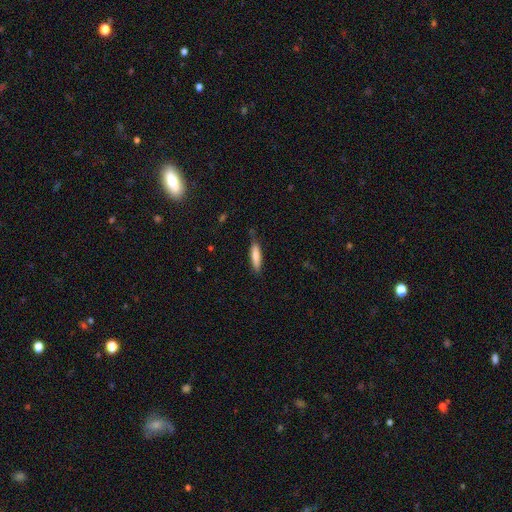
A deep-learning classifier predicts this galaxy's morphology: This appears to be a smooth galaxy with no disk features (79%) that is cigar-shaped (73%). Merging: none (75%).